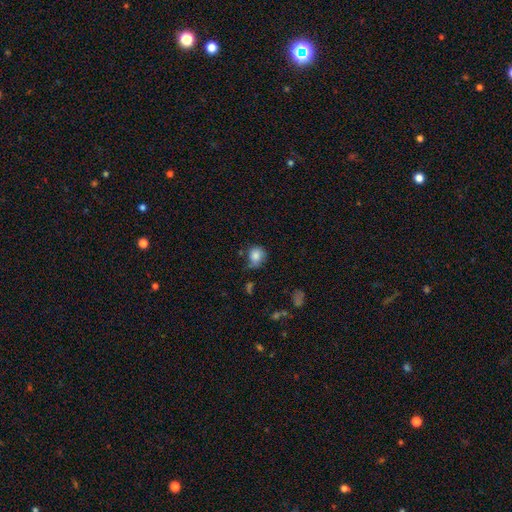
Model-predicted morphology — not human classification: A smooth galaxy with no disk features (82%) that is round (67%). Merging: none (50%).